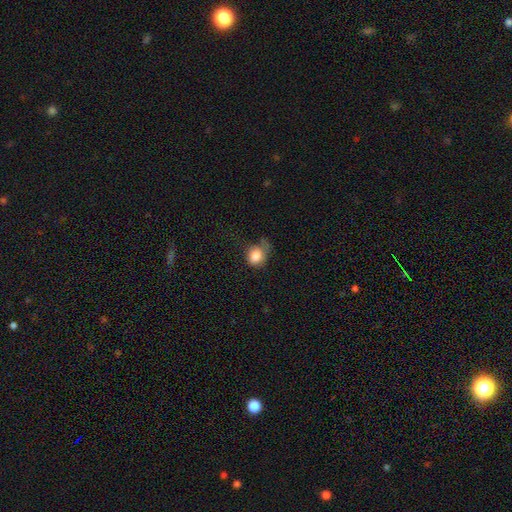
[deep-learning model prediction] smooth-or-featured: smooth: 82% | featured or disk: 10% | star or artifact: 8%
  how-rounded: round: 57% | in between: 42% | cigar-shaped: 1%
  merging: none: 36% | minor disturbance: 34% | major disturbance: 26% | merger: 4%